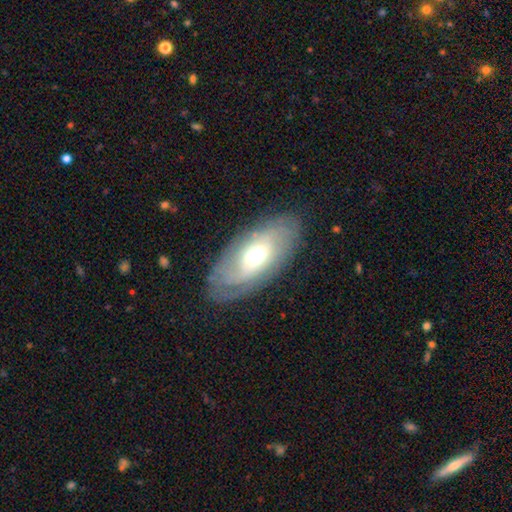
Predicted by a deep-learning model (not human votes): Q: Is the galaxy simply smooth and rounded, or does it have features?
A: featured or disk — 63%.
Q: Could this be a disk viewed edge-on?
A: no — 86%.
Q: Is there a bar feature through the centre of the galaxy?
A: no — 50%.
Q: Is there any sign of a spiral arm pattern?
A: yes — 70%.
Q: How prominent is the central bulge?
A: moderate — 66%.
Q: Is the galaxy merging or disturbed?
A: none — 80%.